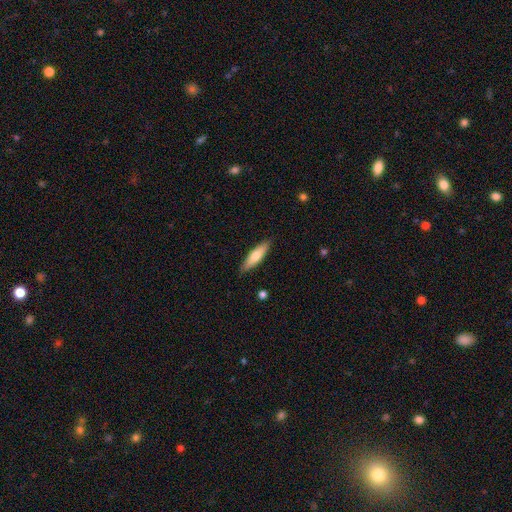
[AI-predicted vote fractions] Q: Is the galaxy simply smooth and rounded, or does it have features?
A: smooth — 67%.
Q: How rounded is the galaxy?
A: cigar-shaped — 66%.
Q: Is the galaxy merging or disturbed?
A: none — 87%.